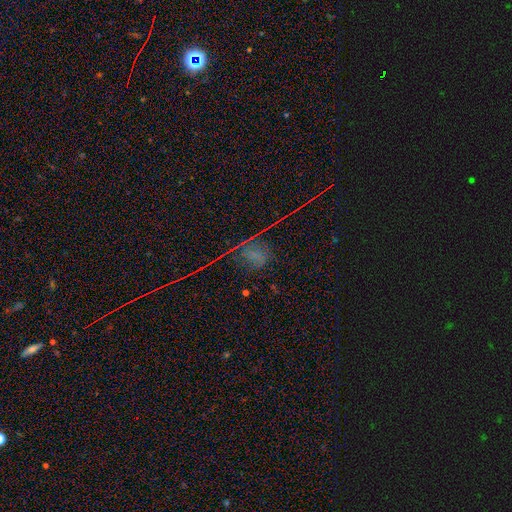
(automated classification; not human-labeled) star or artifact 48%, smooth 32%, featured or disk 21%.